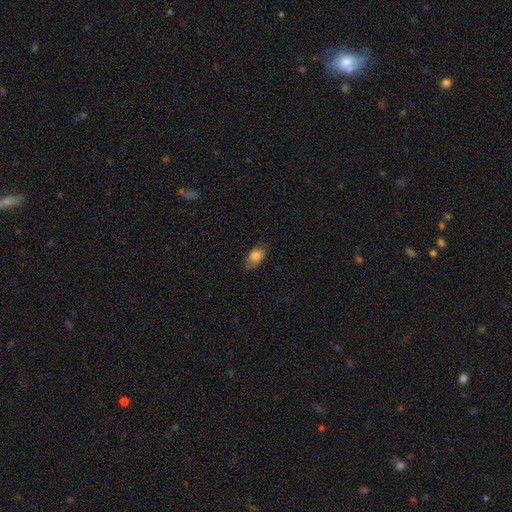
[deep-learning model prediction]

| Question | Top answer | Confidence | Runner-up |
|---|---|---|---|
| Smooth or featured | smooth | 82% | featured or disk (10%) |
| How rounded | in between | 87% | round (11%) |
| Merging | none | 74% | minor disturbance (20%) |